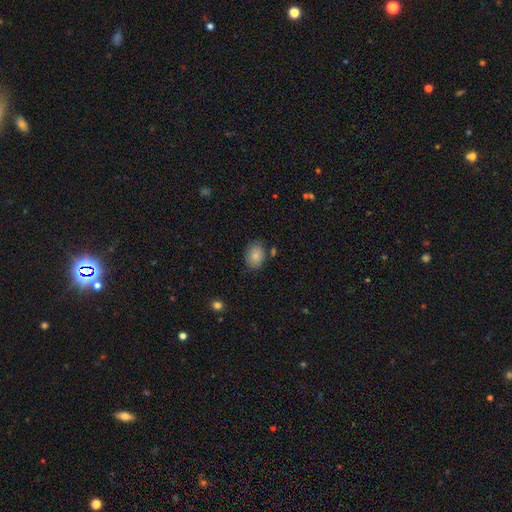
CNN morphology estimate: This appears to be a smooth galaxy with no disk features (84%) that is in between round and cigar-shaped (62%). Merging: none (76%).